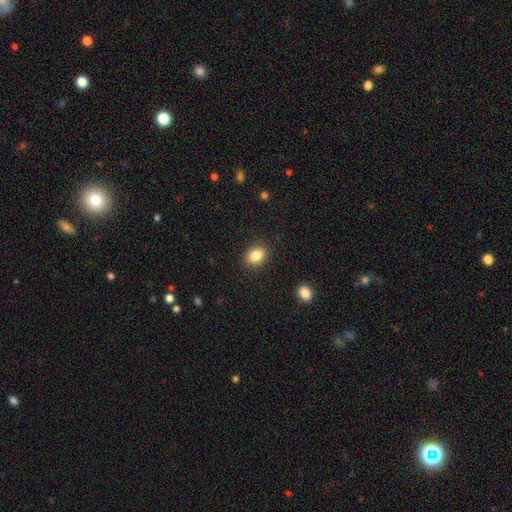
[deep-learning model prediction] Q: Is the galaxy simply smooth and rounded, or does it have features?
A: smooth — 86%.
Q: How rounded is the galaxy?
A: in between — 64%.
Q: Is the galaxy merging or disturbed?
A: none — 88%.